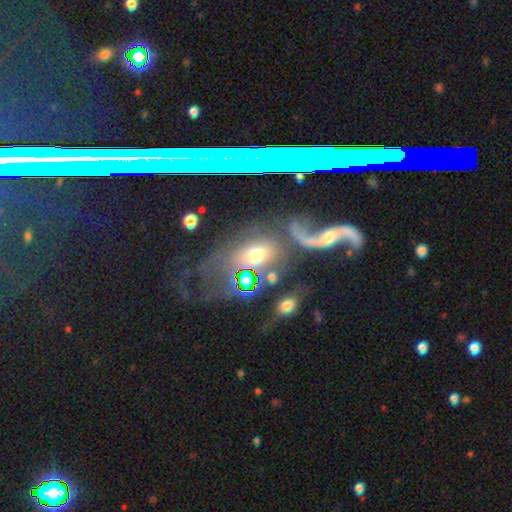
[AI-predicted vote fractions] The model was most divided on "merging": none: 31%, major disturbance: 27%, merger: 27%, minor disturbance: 15%. Remaining: smooth or featured — smooth (46%).